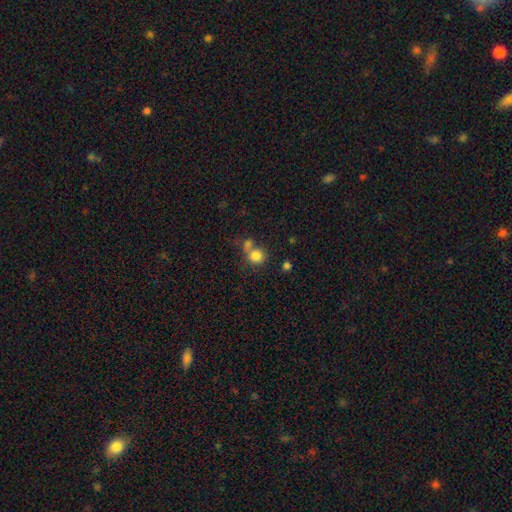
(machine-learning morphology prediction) A smooth galaxy with no disk features (82%) that is round (83%). Merging: none (48%).